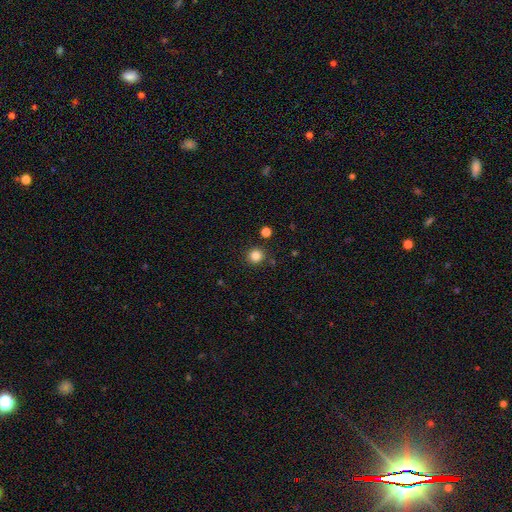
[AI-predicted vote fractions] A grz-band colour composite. It shows a smooth galaxy with no disk features (84%) that is round (93%). Merging: none (89%).